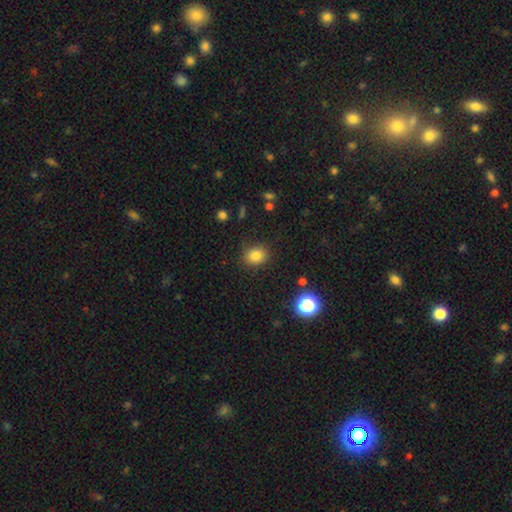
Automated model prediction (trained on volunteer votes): Smooth or featured?
  - smooth: 82% *
  - star or artifact: 12%
  - featured or disk: 5%
How rounded?
  - round: 63% *
  - in between: 36%
  - cigar-shaped: 1%
Merging?
  - none: 84% *
  - minor disturbance: 11%
  - major disturbance: 4%
  - merger: 2%